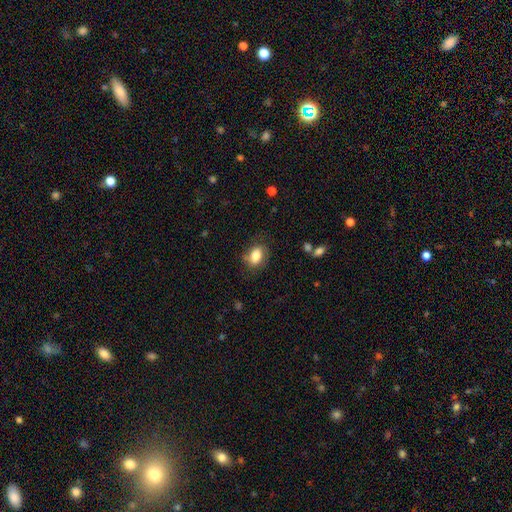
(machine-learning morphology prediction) This is clearly a smooth galaxy (82%). How rounded: likely in between (77%). Merging: likely none (73%).